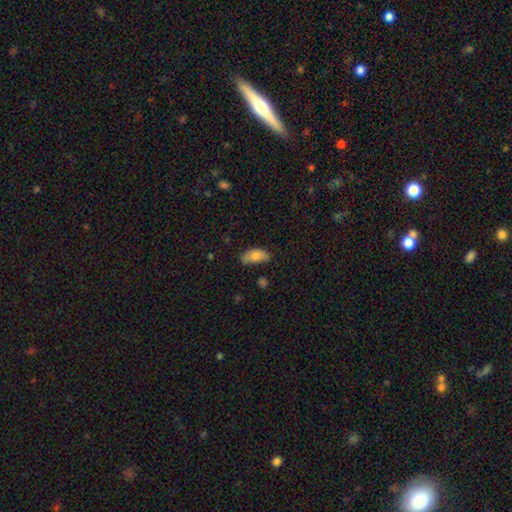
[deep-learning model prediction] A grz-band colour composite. It shows a smooth galaxy with no disk features (80%) that is in between round and cigar-shaped (90%). Merging: none (61%).